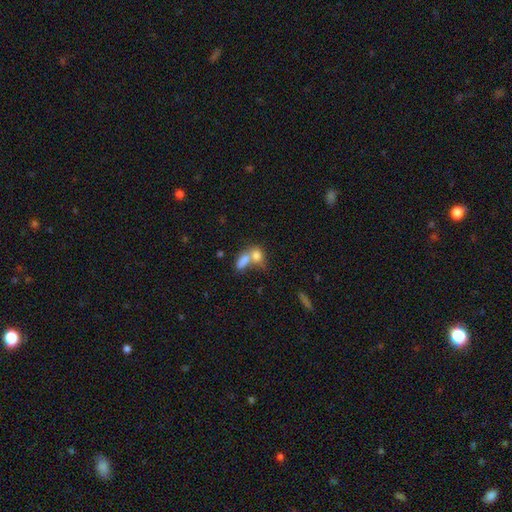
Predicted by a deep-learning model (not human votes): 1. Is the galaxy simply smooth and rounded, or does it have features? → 77% smooth, 14% featured or disk, 9% star or artifact.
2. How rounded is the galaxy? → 72% in between, 23% round, 6% cigar-shaped.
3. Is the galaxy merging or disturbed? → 65% merger, 22% none, 7% minor disturbance, 6% major disturbance.